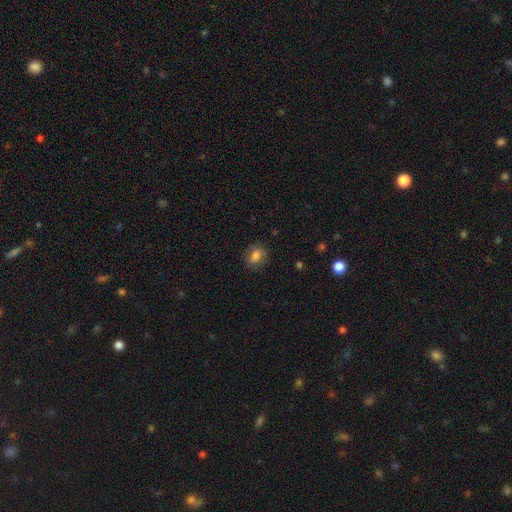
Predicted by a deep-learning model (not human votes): Q: Smooth or featured?
A: smooth (81%); runner-up: star or artifact (9%)
Q: How rounded?
A: in between (69%); runner-up: round (28%)
Q: Merging?
A: none (82%); runner-up: minor disturbance (13%)